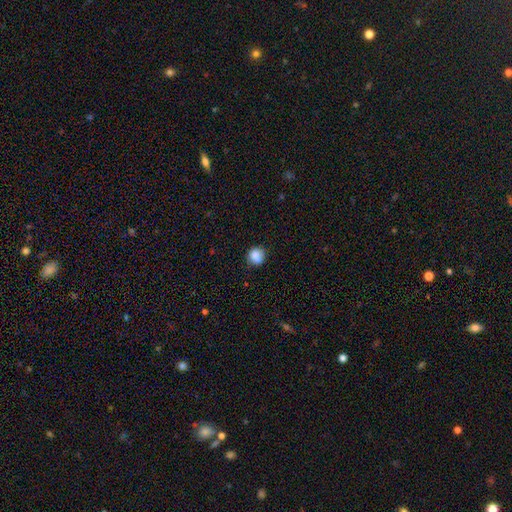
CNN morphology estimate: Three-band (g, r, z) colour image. It shows a smooth galaxy with no disk features (82%) that is round (82%). Merging: none (66%).